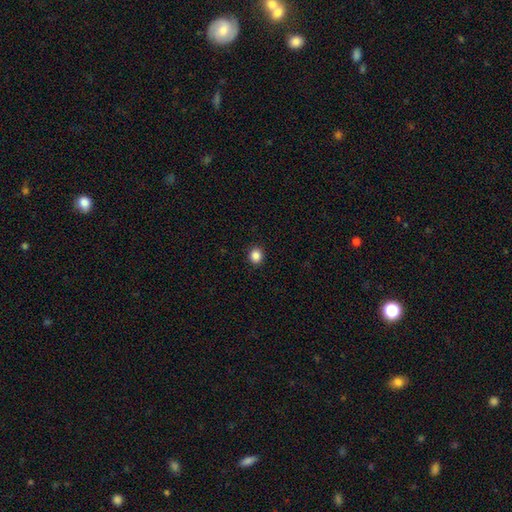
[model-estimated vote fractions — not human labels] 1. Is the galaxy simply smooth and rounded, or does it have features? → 87% smooth, 10% star or artifact, 3% featured or disk.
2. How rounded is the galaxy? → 80% round, 19% in between, 1% cigar-shaped.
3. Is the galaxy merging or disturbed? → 92% none, 5% minor disturbance, 2% major disturbance, 1% merger.